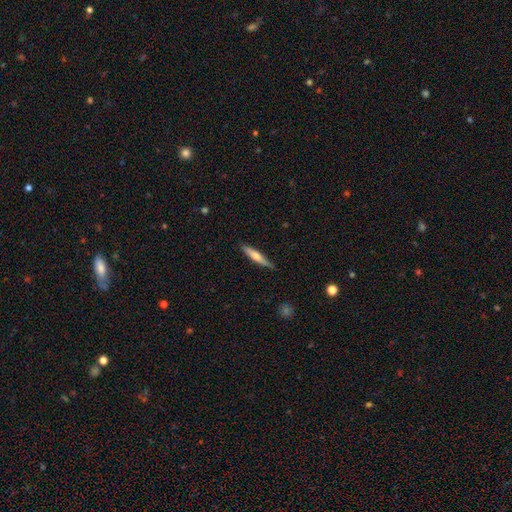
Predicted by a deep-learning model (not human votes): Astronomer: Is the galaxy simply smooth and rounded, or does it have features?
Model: smooth — 55% (runner-up: featured or disk, 39%).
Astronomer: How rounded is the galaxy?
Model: cigar-shaped — 89%.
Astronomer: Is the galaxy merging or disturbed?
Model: none — 85%.